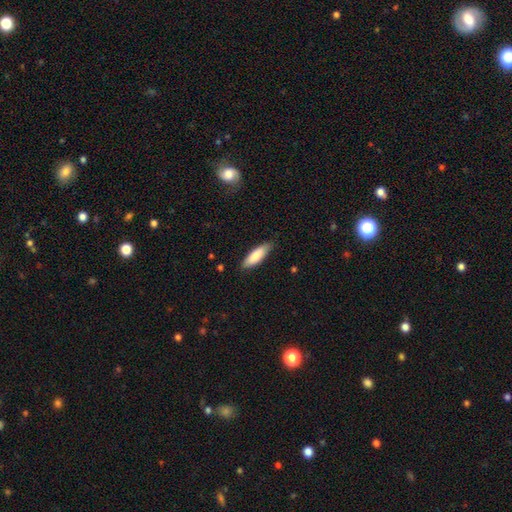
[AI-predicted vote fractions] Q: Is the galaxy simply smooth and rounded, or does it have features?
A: smooth — 81%.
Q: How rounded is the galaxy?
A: in between — 54%.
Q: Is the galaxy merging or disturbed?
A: none — 82%.